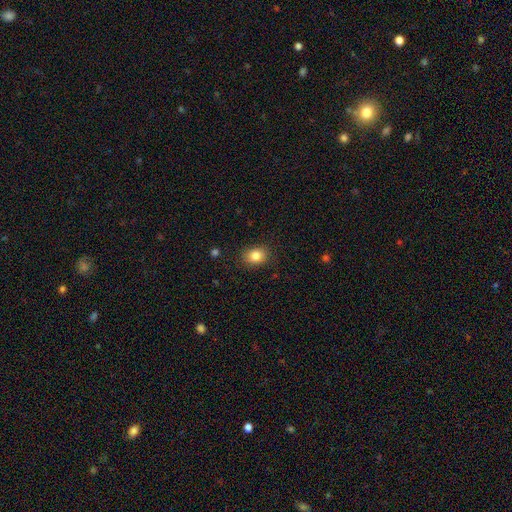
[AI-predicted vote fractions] smooth-or-featured: smooth: 84% | star or artifact: 10% | featured or disk: 6%
  how-rounded: in between: 51% | round: 48% | cigar-shaped: 1%
  merging: none: 87% | minor disturbance: 10% | major disturbance: 3% | merger: 1%